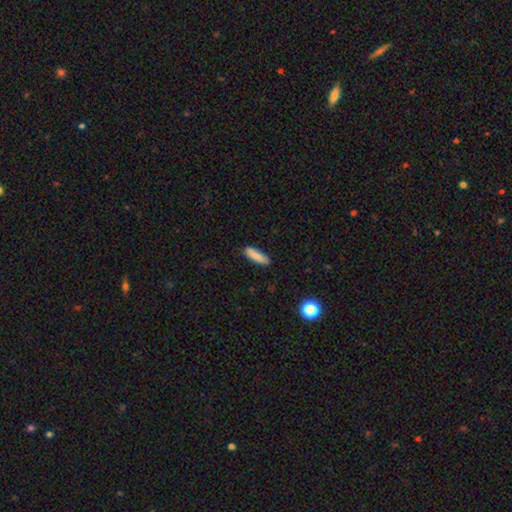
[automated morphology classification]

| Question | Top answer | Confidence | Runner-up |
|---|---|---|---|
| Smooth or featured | smooth | 86% | star or artifact (7%) |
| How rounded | cigar-shaped | 61% | in between (38%) |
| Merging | none | 86% | minor disturbance (11%) |